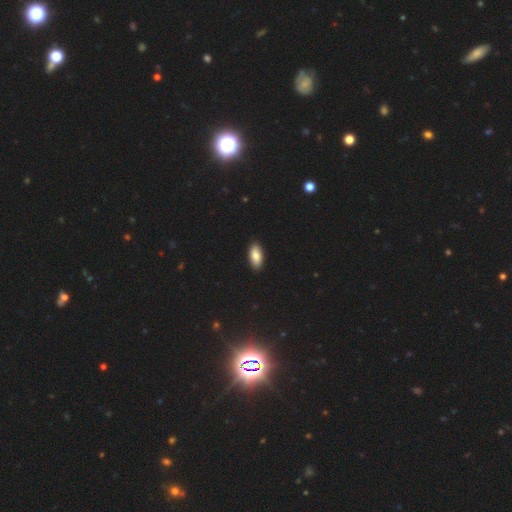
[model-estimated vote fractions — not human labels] Overall: smooth (86%). How rounded: in between (92%). Merging: none (90%).